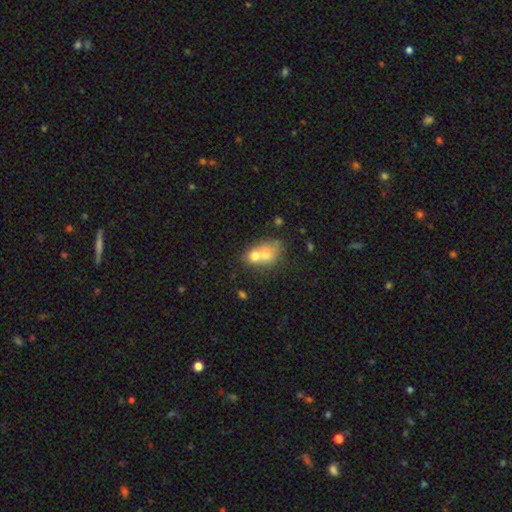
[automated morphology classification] This appears to be a smooth galaxy with no disk features (60%) that is round (50%). Merging: merger (59%).